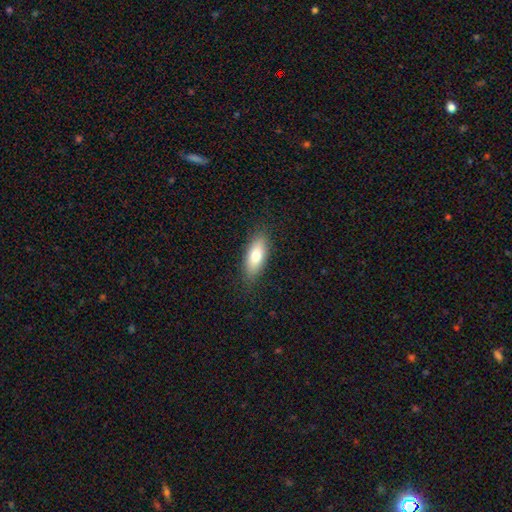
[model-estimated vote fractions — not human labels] Q: Smooth or featured?
A: smooth (74%); runner-up: featured or disk (19%)
Q: How rounded?
A: in between (74%); runner-up: cigar-shaped (23%)
Q: Merging?
A: none (85%); runner-up: minor disturbance (11%)